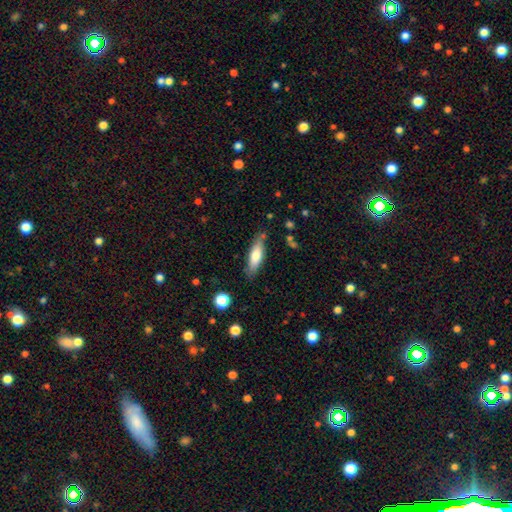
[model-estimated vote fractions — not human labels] smooth-or-featured: smooth: 69% | featured or disk: 25% | star or artifact: 6%
  how-rounded: cigar-shaped: 55% | in between: 43% | round: 2%
  merging: none: 79% | minor disturbance: 15% | major disturbance: 3% | merger: 3%